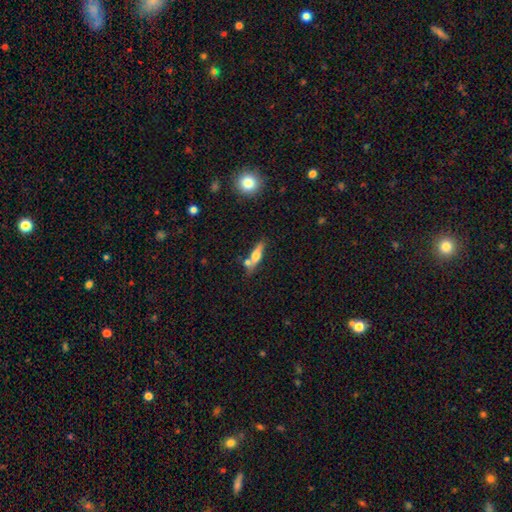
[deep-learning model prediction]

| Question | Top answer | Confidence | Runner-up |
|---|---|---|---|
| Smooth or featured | smooth | 54% | featured or disk (39%) |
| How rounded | cigar-shaped | 61% | in between (35%) |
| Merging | none | 57% | merger (23%) |